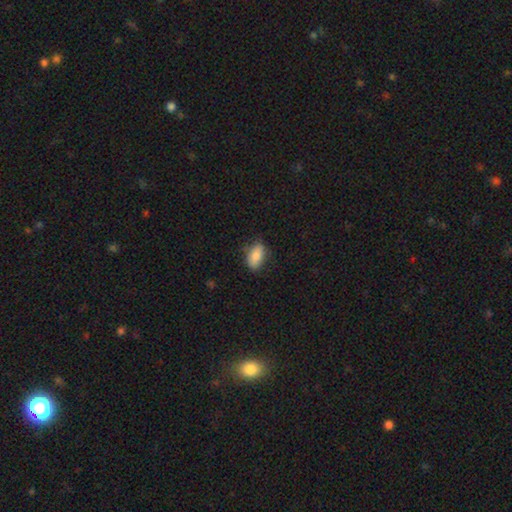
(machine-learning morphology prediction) smooth_or_featured: smooth (p=0.84) [alt: featured or disk p=0.09]
how_rounded: in between (p=0.90) [alt: round p=0.06]
merging: none (p=0.74) [alt: minor disturbance p=0.20]